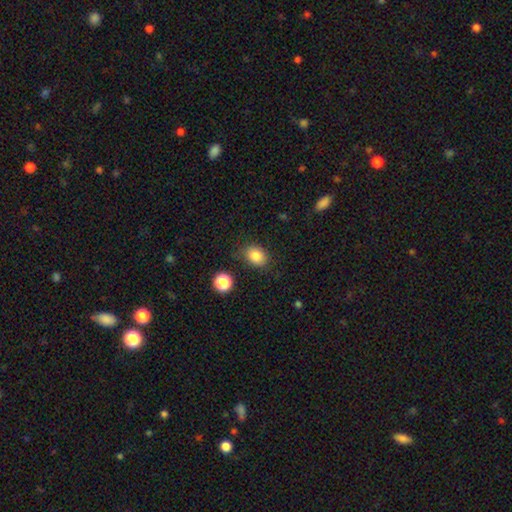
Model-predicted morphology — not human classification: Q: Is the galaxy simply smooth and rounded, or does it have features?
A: smooth — 84%.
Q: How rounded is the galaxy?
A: in between — 62%.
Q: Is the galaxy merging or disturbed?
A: none — 77%.